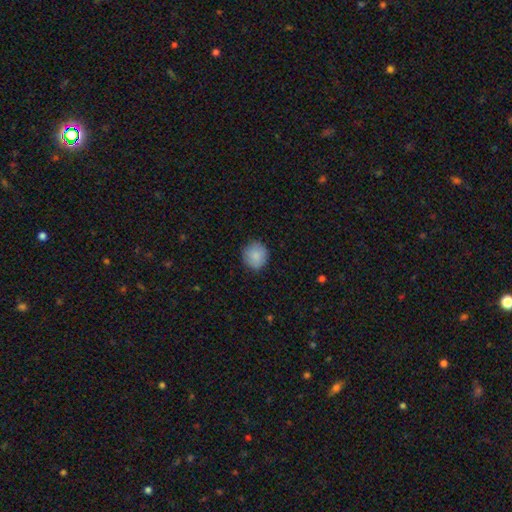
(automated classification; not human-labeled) This is clearly a smooth galaxy (86%). How rounded: clearly round (90%). Merging: clearly none (87%).